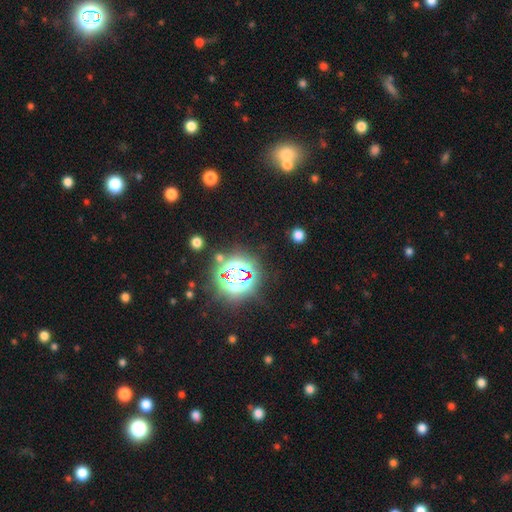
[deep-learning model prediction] A star or artifact, not a galaxy (80%).

Vote fractions:
- Smooth or featured? star or artifact: 80% / smooth: 13% / featured or disk: 7%